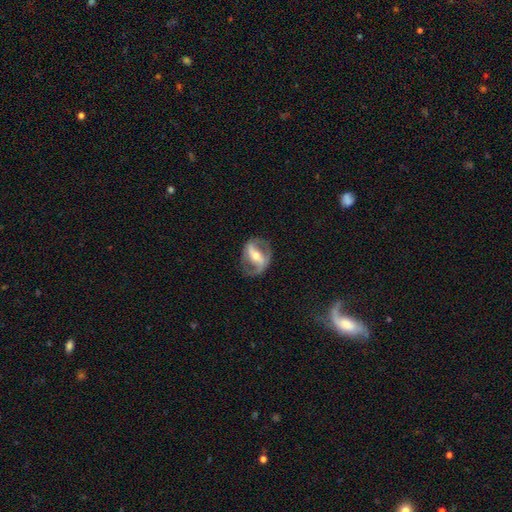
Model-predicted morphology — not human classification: This appears to be a featured or disk galaxy (78%) with a strong bar (63%), 2 (83%) medium (46%) spiral arms (73%) and a moderate central bulge (57%). Merging: none (72%).